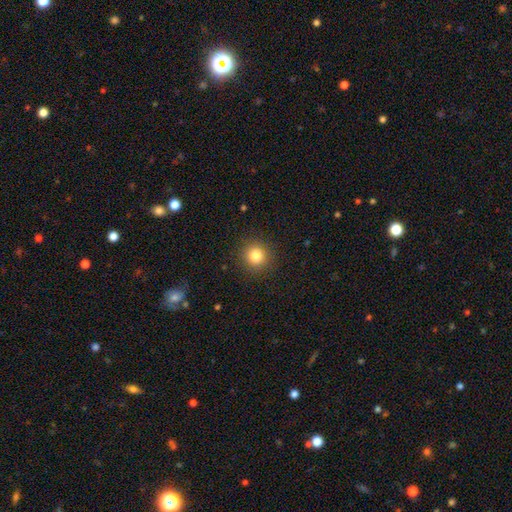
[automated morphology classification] smooth_or_featured: smooth (p=0.82) [alt: star or artifact p=0.12]
how_rounded: round (p=0.93) [alt: in between p=0.06]
merging: none (p=0.91) [alt: minor disturbance p=0.06]